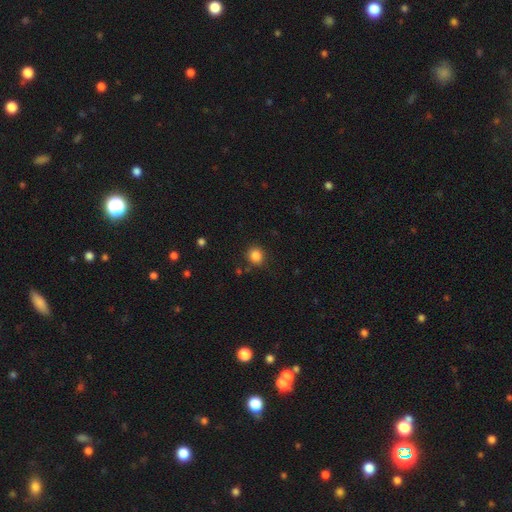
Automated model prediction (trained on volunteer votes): Smooth or featured?
  - smooth: 84% *
  - star or artifact: 11%
  - featured or disk: 4%
How rounded?
  - round: 84% *
  - in between: 15%
  - cigar-shaped: 1%
Merging?
  - none: 85% *
  - minor disturbance: 9%
  - merger: 3%
  - major disturbance: 3%